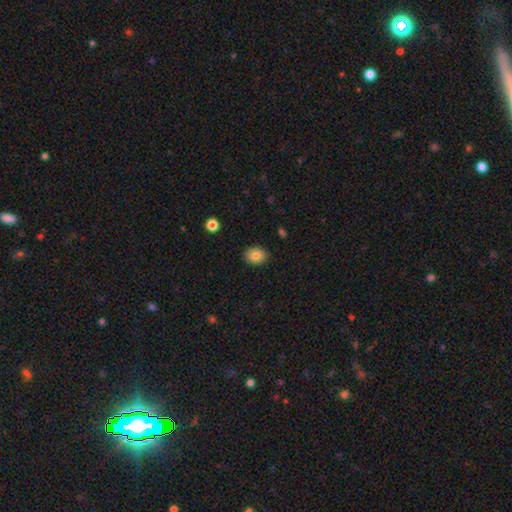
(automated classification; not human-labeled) Smooth or featured? Predicted: smooth (p=0.81). How rounded? Predicted: in between (p=0.52). Merging? Predicted: none (p=0.88).